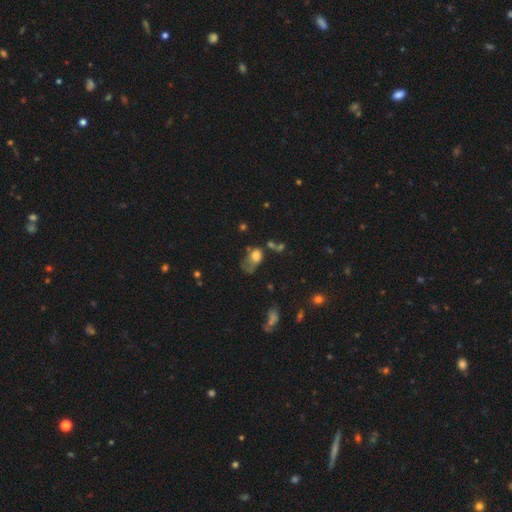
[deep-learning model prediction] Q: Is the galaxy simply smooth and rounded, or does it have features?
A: smooth — 68%.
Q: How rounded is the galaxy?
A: in between — 74%.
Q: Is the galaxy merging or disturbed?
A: major disturbance — 42%.